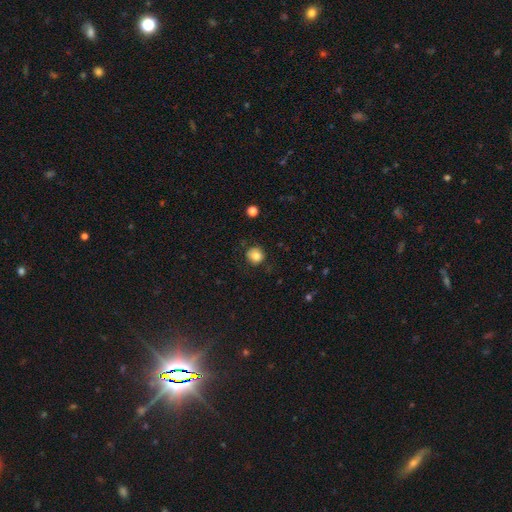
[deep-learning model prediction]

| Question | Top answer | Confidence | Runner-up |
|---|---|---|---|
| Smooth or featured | smooth | 84% | star or artifact (11%) |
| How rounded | round | 90% | in between (9%) |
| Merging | none | 81% | minor disturbance (14%) |